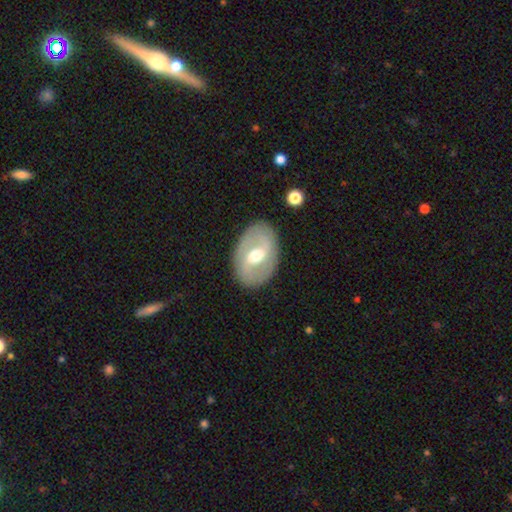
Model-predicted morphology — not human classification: Overall: featured or disk (67%; smooth 27%). Edge-on disk: no (94%). Bar: weak (51%; strong 28%). Spiral arms: yes (60%; no 40%). Bulge size: moderate (72%). Merging: none (85%).